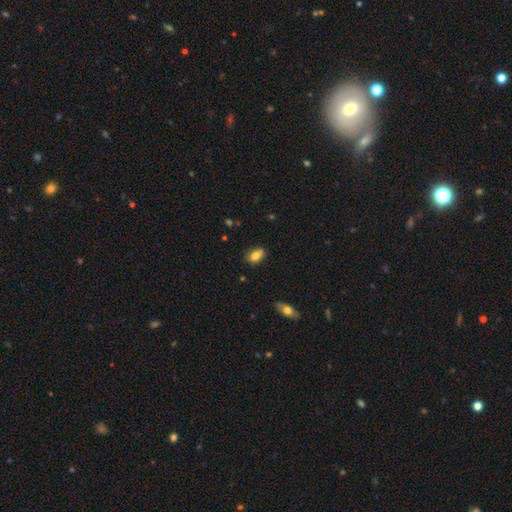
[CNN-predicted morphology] smooth_or_featured: smooth (p=0.77) [alt: featured or disk p=0.14]
how_rounded: in between (p=0.83) [alt: round p=0.13]
merging: none (p=0.72) [alt: minor disturbance p=0.19]